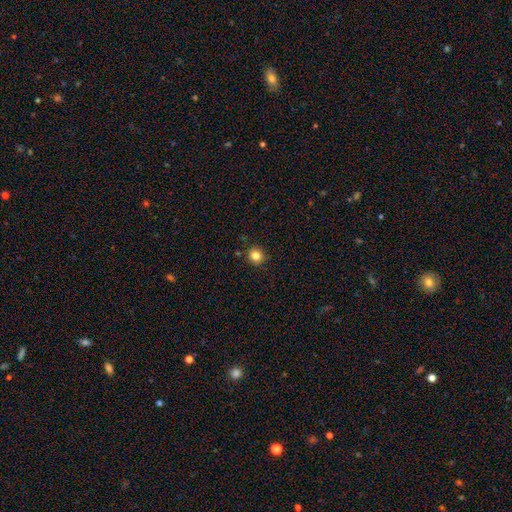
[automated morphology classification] smooth 83%, star or artifact 12%, featured or disk 5%. Down the decision tree: how rounded — round (87%); merging — none (89%).